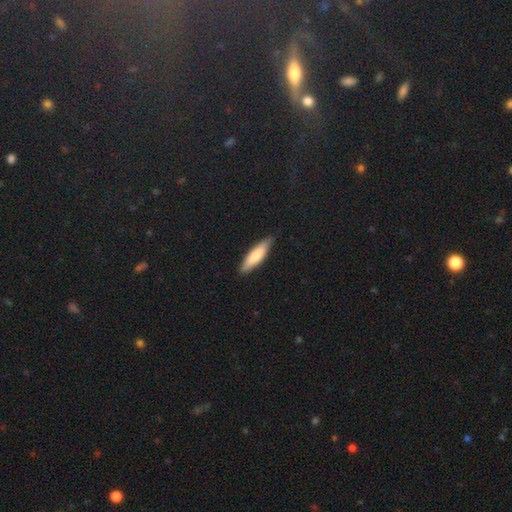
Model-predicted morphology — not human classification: This is likely a smooth galaxy (77%). How rounded: likely cigar-shaped (68%). Merging: clearly none (85%).